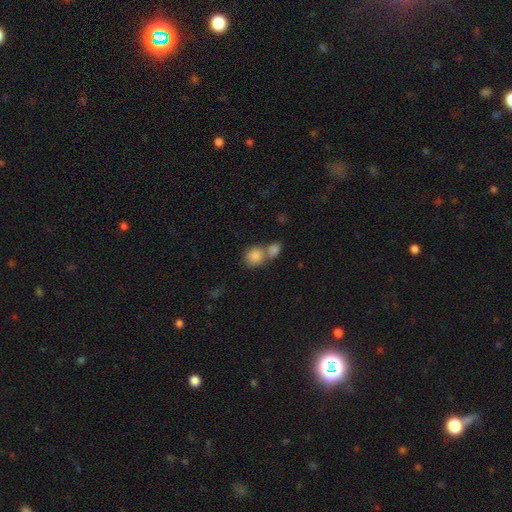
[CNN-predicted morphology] smooth-or-featured: smooth: 85% | star or artifact: 8% | featured or disk: 7%
  how-rounded: round: 71% | in between: 28% | cigar-shaped: 1%
  merging: merger: 55% | none: 35% | minor disturbance: 7% | major disturbance: 3%